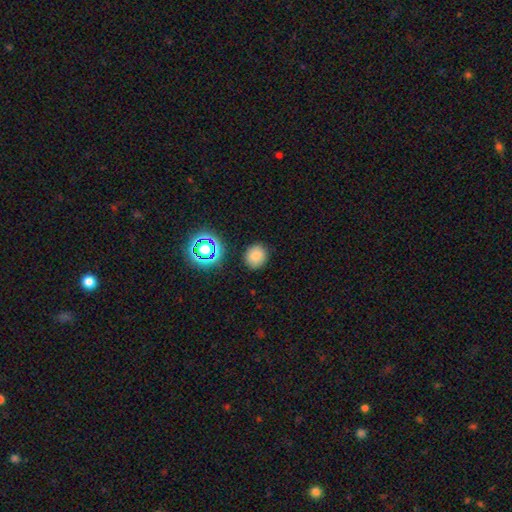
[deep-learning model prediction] Smooth or featured?
  - smooth: 78% *
  - star or artifact: 16%
  - featured or disk: 6%
How rounded?
  - round: 78% *
  - in between: 21%
  - cigar-shaped: 1%
Merging?
  - none: 87% *
  - minor disturbance: 8%
  - major disturbance: 2%
  - merger: 2%